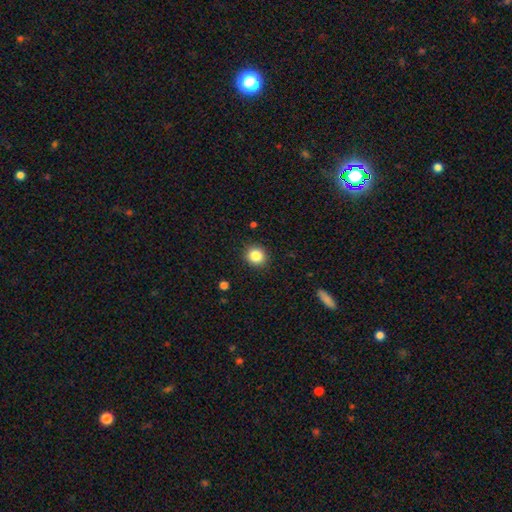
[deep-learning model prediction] Q: Smooth or featured?
A: smooth (85%); runner-up: star or artifact (10%)
Q: How rounded?
A: round (85%); runner-up: in between (14%)
Q: Merging?
A: none (90%); runner-up: minor disturbance (7%)